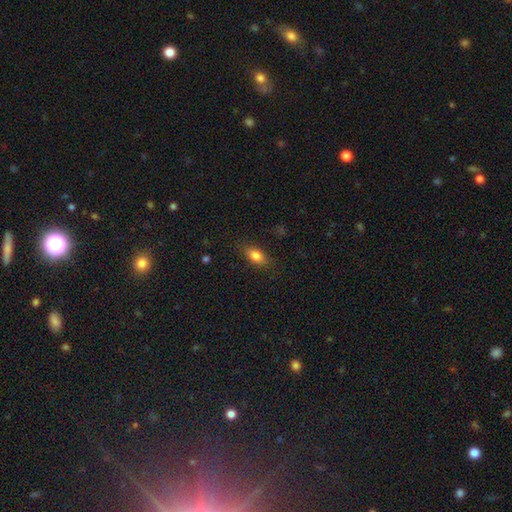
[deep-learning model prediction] Smooth or featured? Predicted: smooth (p=0.82). How rounded? Predicted: in between (p=0.85). Merging? Predicted: none (p=0.82).